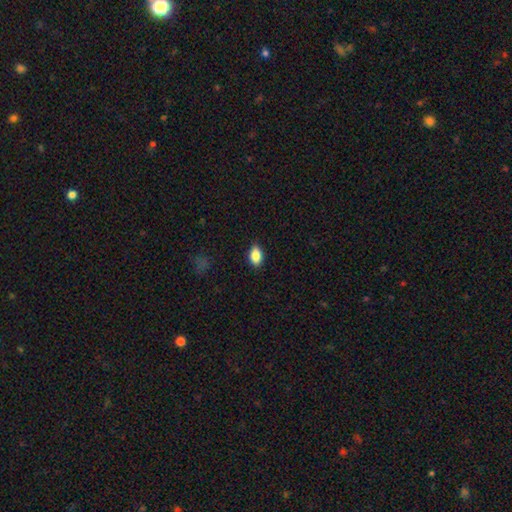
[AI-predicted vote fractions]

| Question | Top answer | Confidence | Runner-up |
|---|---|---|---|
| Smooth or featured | smooth | 85% | star or artifact (8%) |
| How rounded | in between | 89% | round (8%) |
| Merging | none | 87% | minor disturbance (10%) |